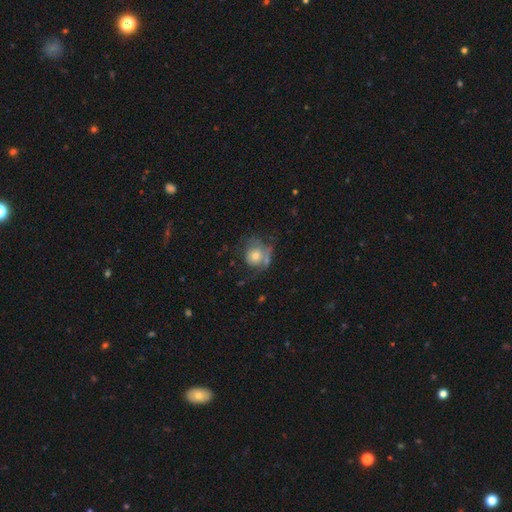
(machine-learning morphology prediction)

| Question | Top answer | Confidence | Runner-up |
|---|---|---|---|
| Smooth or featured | smooth | 54% | featured or disk (36%) |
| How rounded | round | 74% | in between (25%) |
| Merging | none | 42% | minor disturbance (24%) |